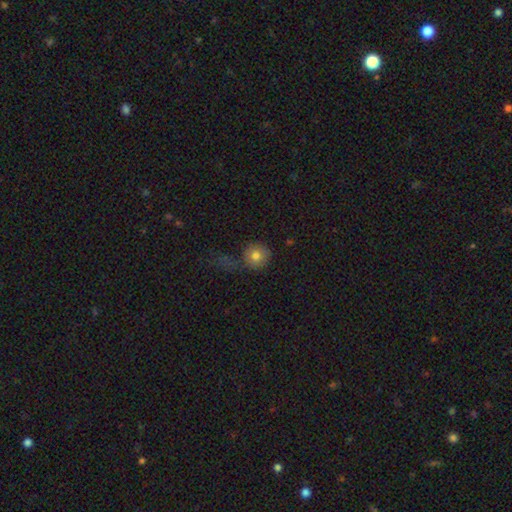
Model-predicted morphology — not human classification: Smooth or featured? smooth (78%)
How rounded? round (93%)
Merging? none (67%)